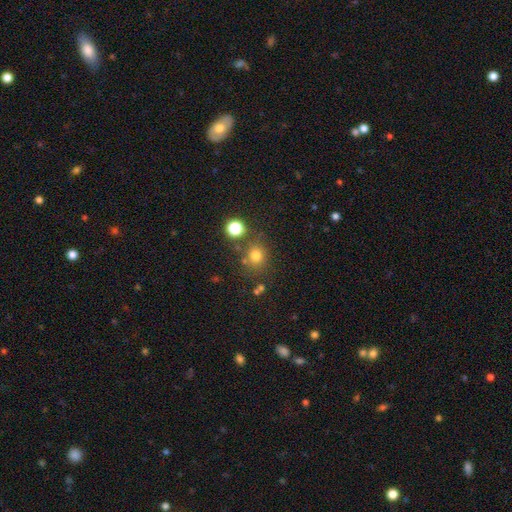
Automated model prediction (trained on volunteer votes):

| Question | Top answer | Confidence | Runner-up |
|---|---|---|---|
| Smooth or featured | smooth | 74% | star or artifact (18%) |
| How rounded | round | 80% | in between (19%) |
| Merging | none | 74% | minor disturbance (12%) |